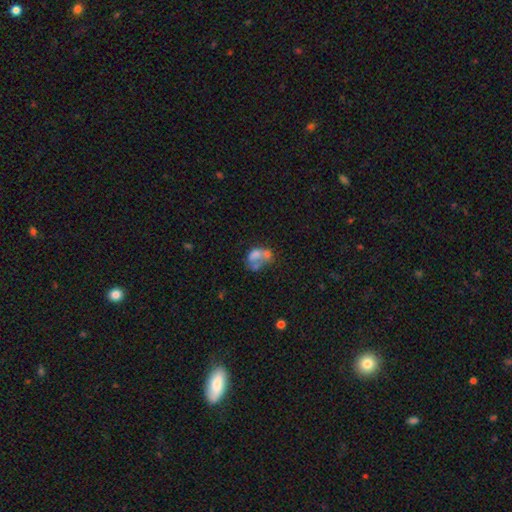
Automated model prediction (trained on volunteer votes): Smooth or featured? smooth (50%)
How rounded? in between (73%)
Merging? merger (48%)